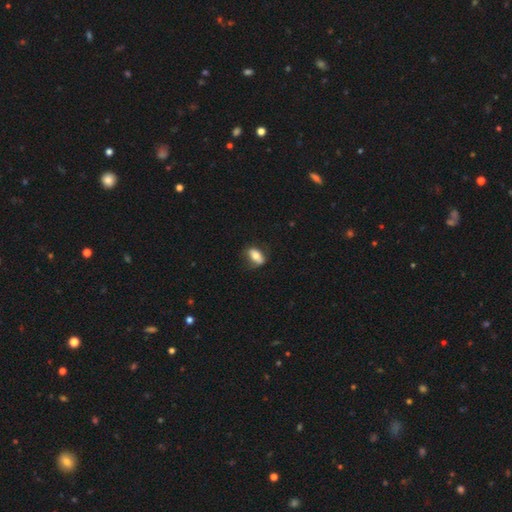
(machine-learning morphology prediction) The model was most divided on "merging": none: 69%, minor disturbance: 22%, major disturbance: 7%, merger: 2%. More confident: how rounded — in between (84%); smooth or featured — smooth (72%).